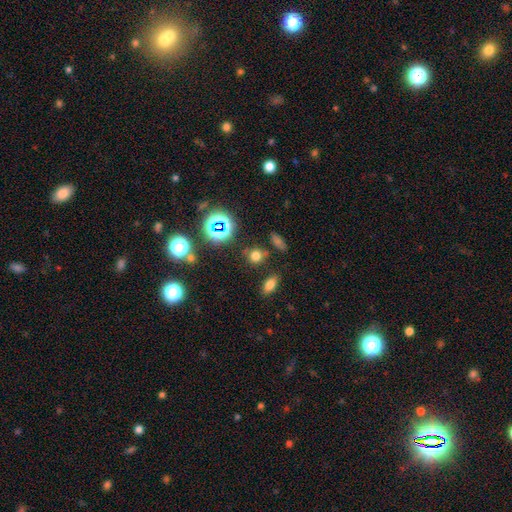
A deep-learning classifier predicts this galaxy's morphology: A smooth galaxy with no disk features (64%) that is round (67%).

Vote fractions:
- Smooth or featured? smooth: 64% / star or artifact: 28% / featured or disk: 8%
- How rounded? round: 67% / in between: 31% / cigar-shaped: 3%
- Merging? none: 78% / minor disturbance: 12% / merger: 6% / major disturbance: 4%